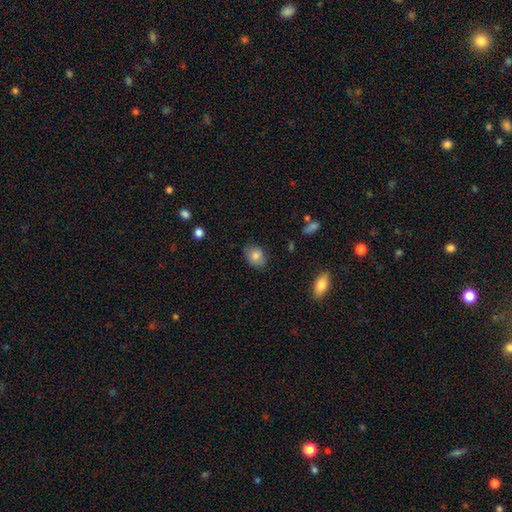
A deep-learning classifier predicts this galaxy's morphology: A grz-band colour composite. It shows a smooth galaxy with no disk features (81%) that is in between round and cigar-shaped (61%). Merging: none (81%).